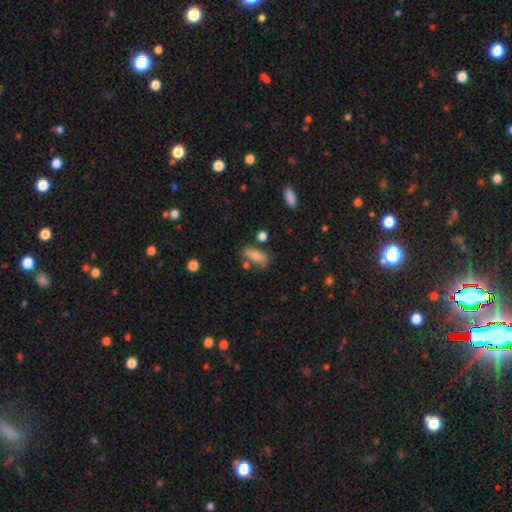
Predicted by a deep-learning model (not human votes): smooth 71%, featured or disk 21%, star or artifact 8%. Down the decision tree: how rounded — in between (75%); merging — none (59%).